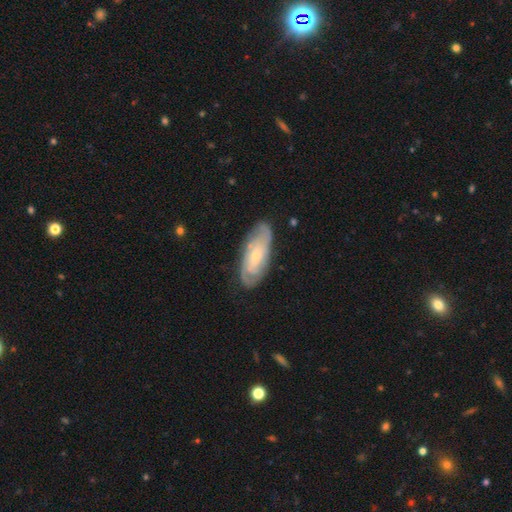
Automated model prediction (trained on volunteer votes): Overall: featured or disk (73%). Edge-on disk: no (91%). Bar: no (68%). Spiral arms: yes (91%). Spiral arm count: can't tell (37%, tied with 2). Spiral winding: tight (62%; medium 30%). Bulge size: small (72%). Merging: none (79%).